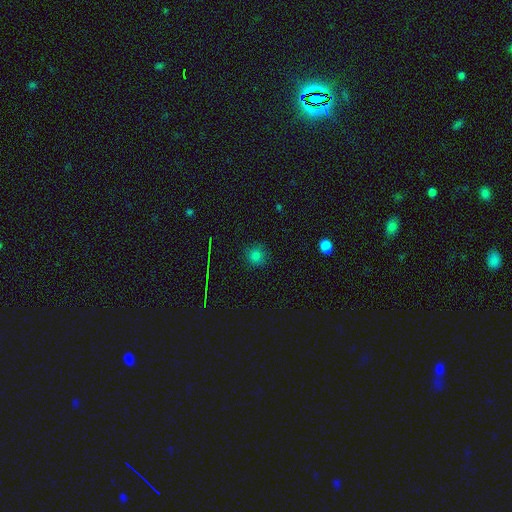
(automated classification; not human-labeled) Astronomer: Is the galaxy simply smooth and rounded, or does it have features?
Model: smooth — 76%.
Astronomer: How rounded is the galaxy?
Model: round — 91%.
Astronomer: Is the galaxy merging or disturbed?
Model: none — 85%.